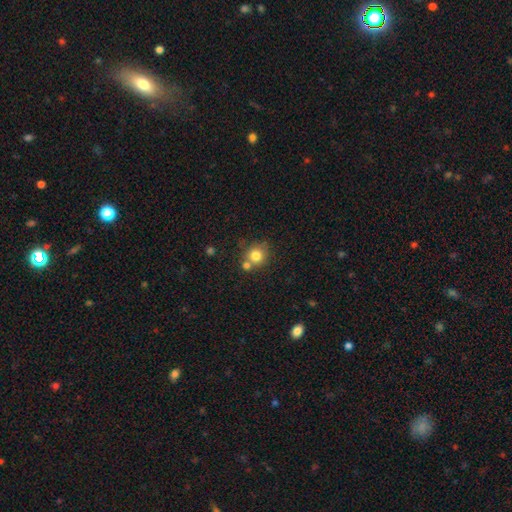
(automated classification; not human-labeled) Smooth or featured?
  - smooth: 79% *
  - star or artifact: 11%
  - featured or disk: 10%
How rounded?
  - round: 85% *
  - in between: 14%
  - cigar-shaped: 1%
Merging?
  - none: 58% *
  - merger: 27%
  - minor disturbance: 11%
  - major disturbance: 4%